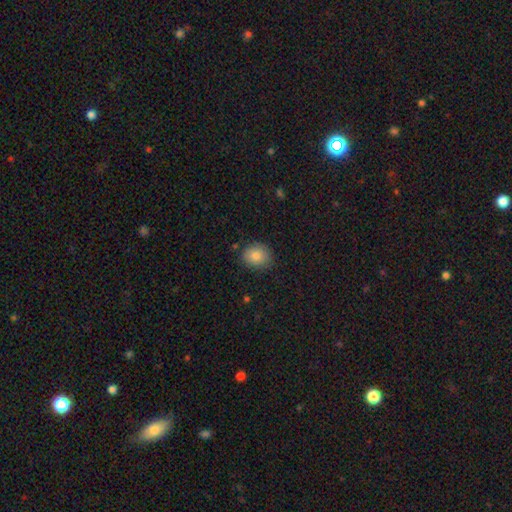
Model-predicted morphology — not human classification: This appears to be a smooth galaxy with no disk features (85%) that is round (64%). Merging: none (83%).